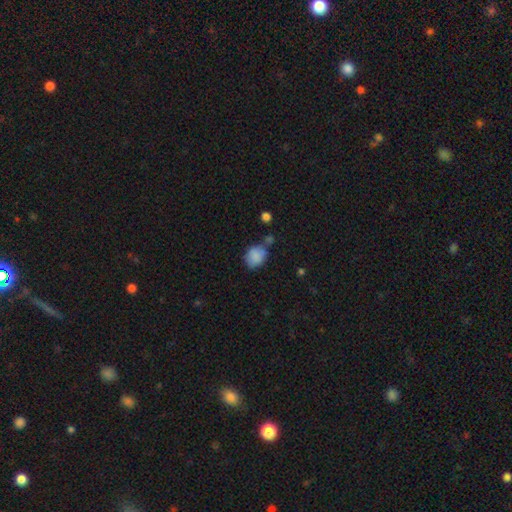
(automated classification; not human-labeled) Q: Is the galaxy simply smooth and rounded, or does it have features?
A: smooth — 85%.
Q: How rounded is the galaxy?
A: round — 52%.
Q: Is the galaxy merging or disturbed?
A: none — 57%.